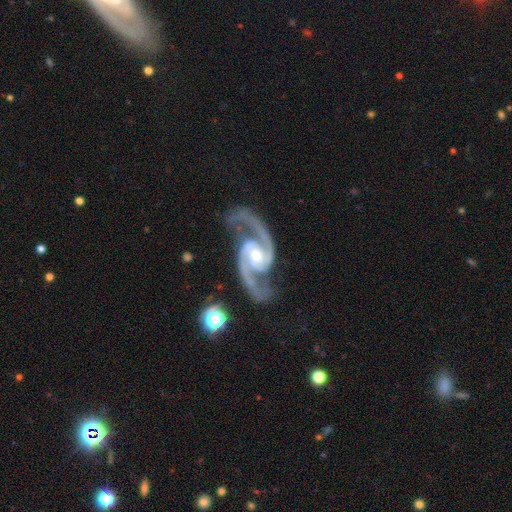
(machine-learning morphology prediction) Smooth or featured? featured or disk (95%)
Edge-on disk? no (98%)
Bar? no (43%)
Spiral arms? yes (99%)
Spiral winding? medium (65%)
Spiral arm count? 2 (94%)
Bulge size? moderate (60%)
Merging? none (78%)